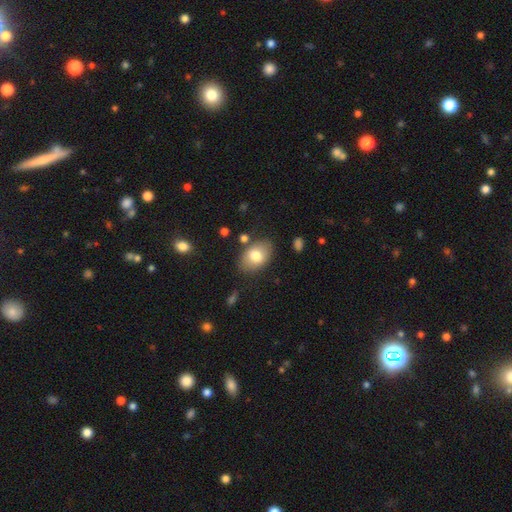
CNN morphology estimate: A smooth galaxy with no disk features (76%) that is in between round and cigar-shaped (86%).

Vote fractions:
- Smooth or featured? smooth: 76% / featured or disk: 16% / star or artifact: 7%
- How rounded? in between: 86% / round: 13% / cigar-shaped: 1%
- Merging? none: 79% / minor disturbance: 14% / major disturbance: 4% / merger: 3%